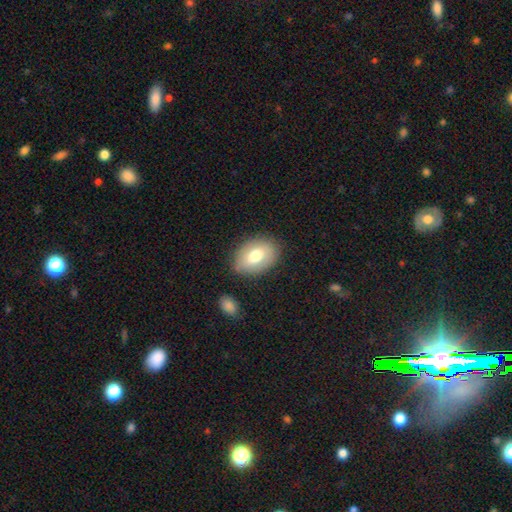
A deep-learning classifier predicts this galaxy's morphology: Smooth or featured?
  - smooth: 71% *
  - featured or disk: 22%
  - star or artifact: 7%
How rounded?
  - in between: 83% *
  - round: 16%
  - cigar-shaped: 1%
Merging?
  - none: 81% *
  - minor disturbance: 13%
  - major disturbance: 3%
  - merger: 3%